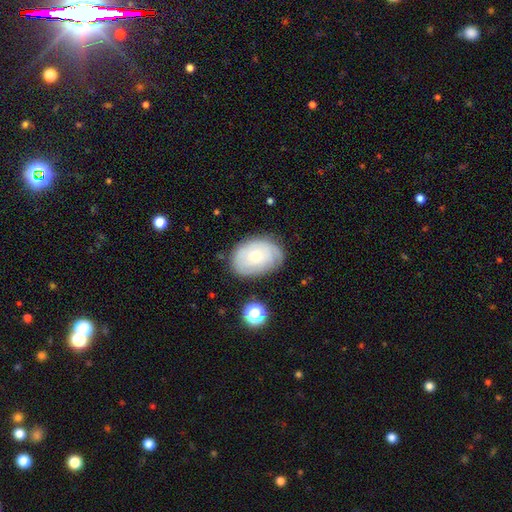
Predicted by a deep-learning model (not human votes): A featured or disk galaxy (51%).

Vote fractions:
- Smooth or featured? featured or disk: 51% / smooth: 41% / star or artifact: 8%
- Edge-on disk? no: 95% / yes: 5%
- Merging? none: 70% / minor disturbance: 22% / major disturbance: 6% / merger: 2%